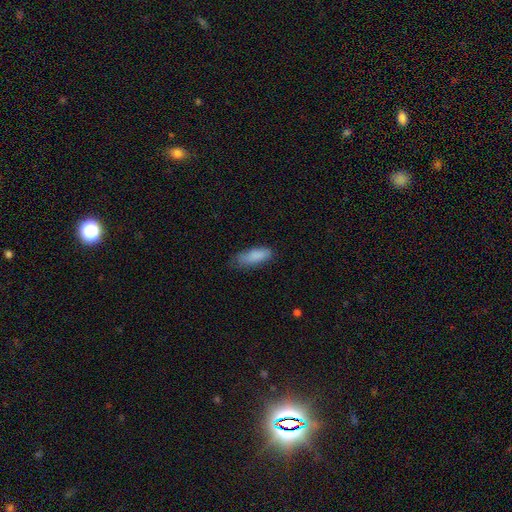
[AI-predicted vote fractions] Q: Smooth or featured?
A: smooth (85%); runner-up: featured or disk (8%)
Q: How rounded?
A: in between (62%); runner-up: cigar-shaped (36%)
Q: Merging?
A: none (62%); runner-up: minor disturbance (28%)